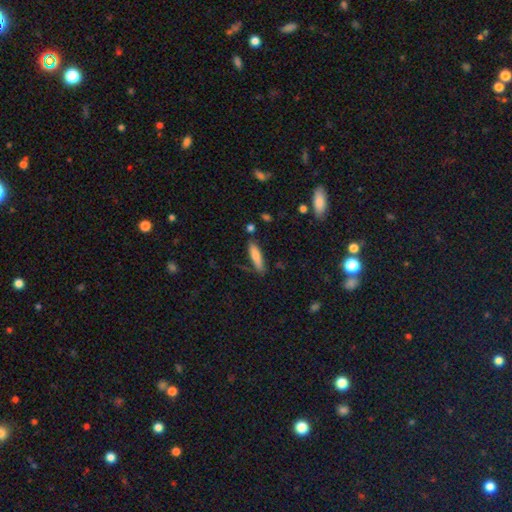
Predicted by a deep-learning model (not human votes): smooth_or_featured: smooth (p=0.75) [alt: featured or disk p=0.19]
how_rounded: cigar-shaped (p=0.72) [alt: in between p=0.26]
merging: none (p=0.75) [alt: minor disturbance p=0.17]